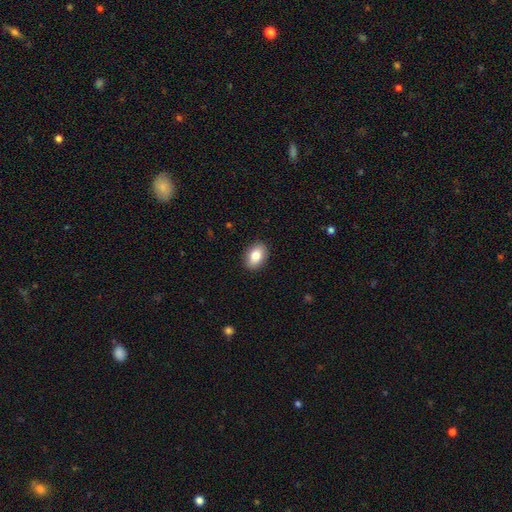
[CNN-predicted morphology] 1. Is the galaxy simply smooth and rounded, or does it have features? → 84% smooth, 9% featured or disk, 7% star or artifact.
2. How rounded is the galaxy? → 82% in between, 17% round, 1% cigar-shaped.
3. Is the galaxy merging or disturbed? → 90% none, 8% minor disturbance, 2% major disturbance, 1% merger.